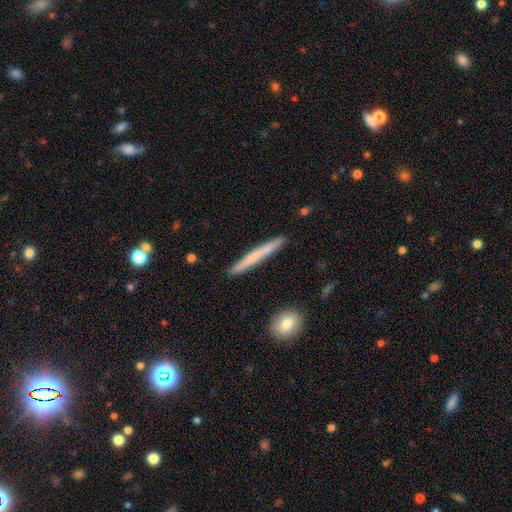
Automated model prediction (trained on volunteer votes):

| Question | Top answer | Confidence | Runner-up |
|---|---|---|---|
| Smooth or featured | smooth | 59% | featured or disk (35%) |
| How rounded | cigar-shaped | 97% | in between (2%) |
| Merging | none | 91% | minor disturbance (7%) |